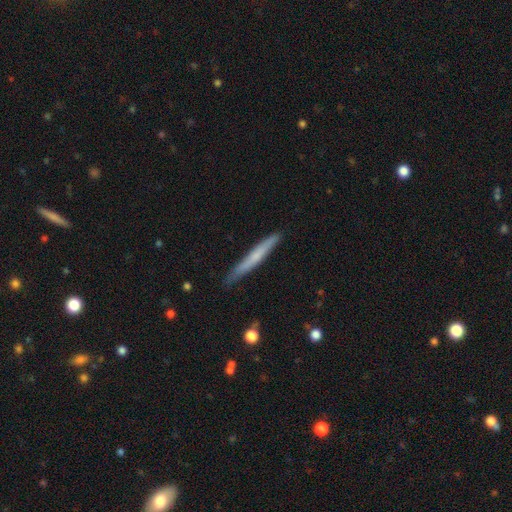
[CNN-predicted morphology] type=smooth (57%); roundness=cigar-shaped (96%); merging=none (84%).